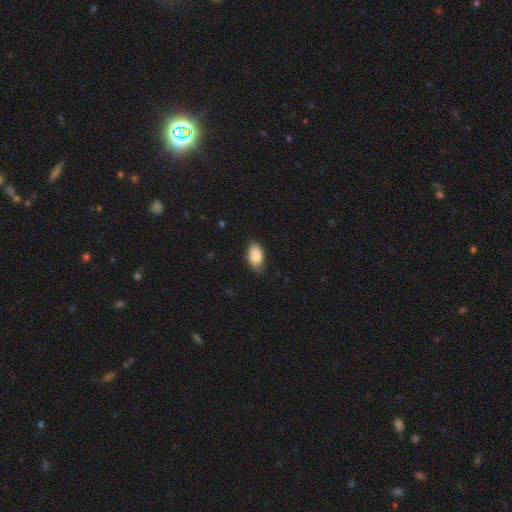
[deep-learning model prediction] smooth 86%, featured or disk 7%, star or artifact 6%. Down the decision tree: how rounded — in between (92%); merging — none (77%).